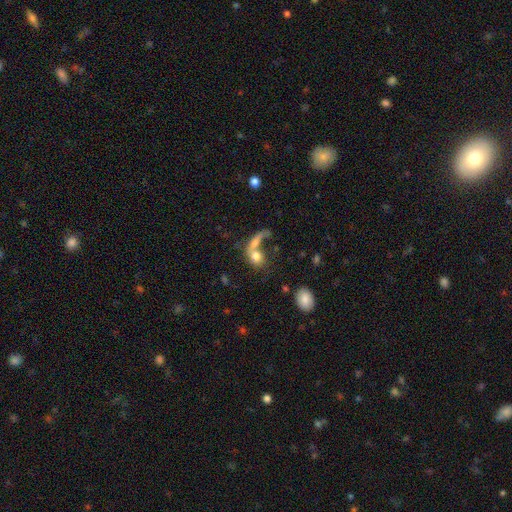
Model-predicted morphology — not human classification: Smooth or featured? Predicted: smooth (p=0.68). How rounded? Predicted: in between (p=0.51). Merging? Predicted: merger (p=0.56).